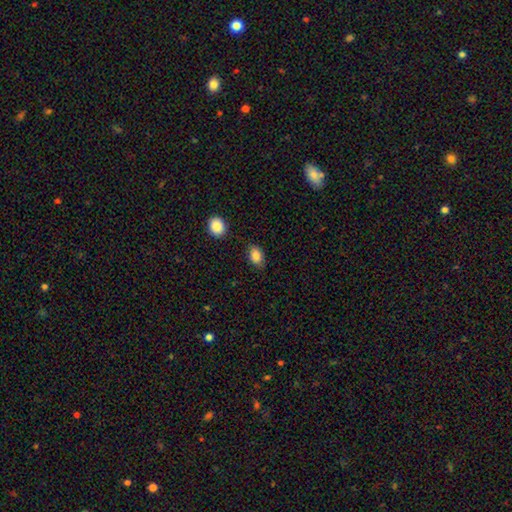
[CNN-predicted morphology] A smooth galaxy with no disk features (85%) that is in between round and cigar-shaped (79%).

Vote fractions:
- Smooth or featured? smooth: 85% / star or artifact: 9% / featured or disk: 6%
- How rounded? in between: 79% / round: 20% / cigar-shaped: 1%
- Merging? none: 80% / minor disturbance: 14% / merger: 3% / major disturbance: 3%